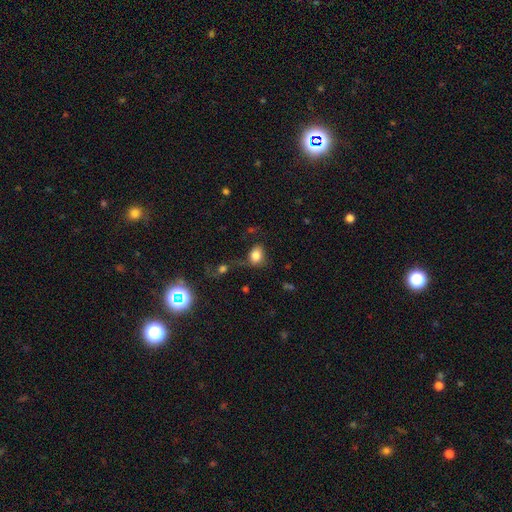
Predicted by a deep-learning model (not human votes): This appears to be a smooth galaxy with no disk features (81%) that is in between round and cigar-shaped (56%). Merging: none (57%).